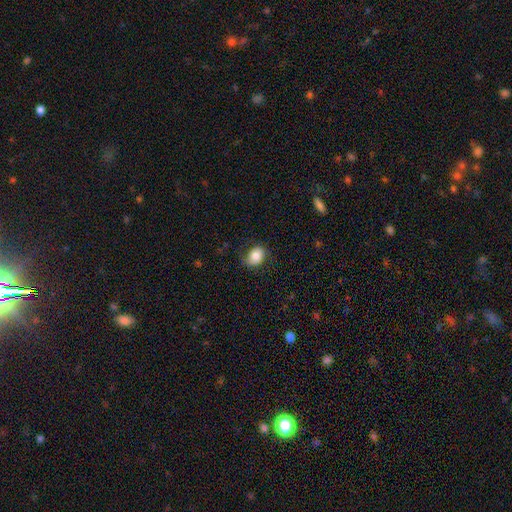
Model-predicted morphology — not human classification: Smooth or featured: smooth — 80% (featured or disk — 12%)
How rounded: in between — 65% (round — 33%)
Merging: none — 72% (minor disturbance — 20%)